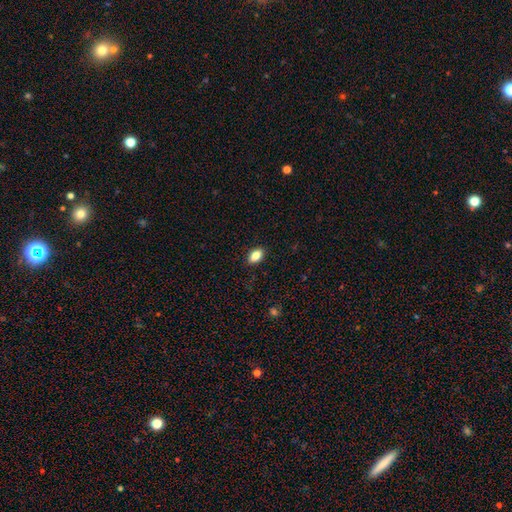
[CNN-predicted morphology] This is clearly a smooth galaxy (85%). How rounded: clearly in between (89%). Merging: clearly none (88%).